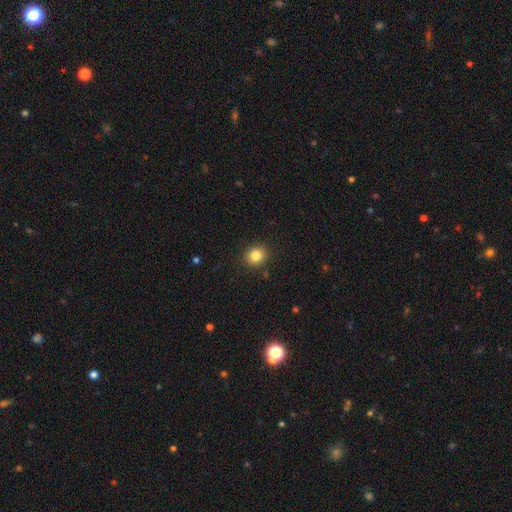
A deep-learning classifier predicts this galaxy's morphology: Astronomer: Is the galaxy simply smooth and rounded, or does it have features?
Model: smooth — 84%.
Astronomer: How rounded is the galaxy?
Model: round — 77%.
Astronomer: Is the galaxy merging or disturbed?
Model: none — 90%.